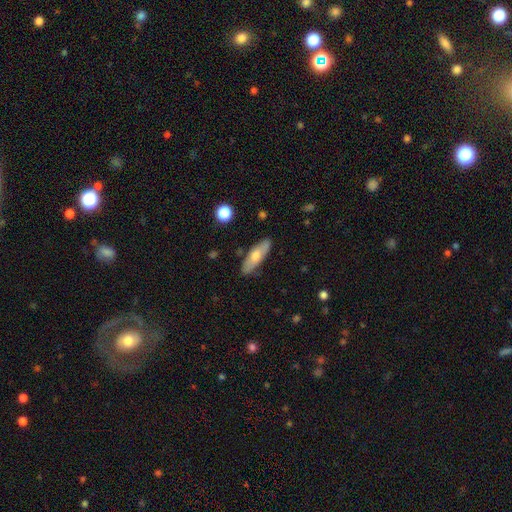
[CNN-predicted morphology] This appears to be a smooth galaxy with no disk features (59%) that is in between round and cigar-shaped (50%). Merging: none (85%).